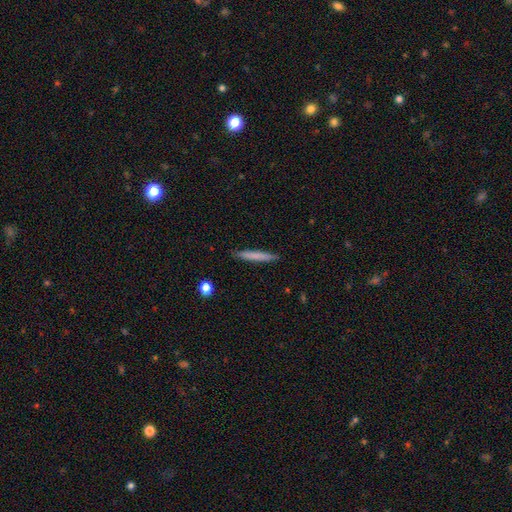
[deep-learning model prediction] A smooth galaxy with no disk features (73%) that is cigar-shaped (96%).

Vote fractions:
- Smooth or featured? smooth: 73% / featured or disk: 21% / star or artifact: 6%
- How rounded? cigar-shaped: 96% / in between: 3% / round: 1%
- Merging? none: 90% / minor disturbance: 7% / major disturbance: 2% / merger: 1%